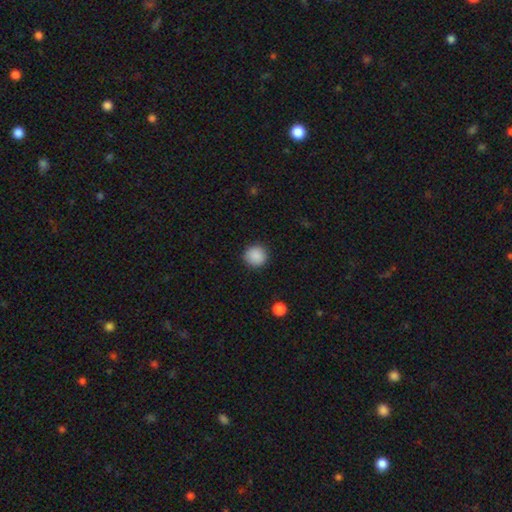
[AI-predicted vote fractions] smooth_or_featured: smooth (p=0.89) [alt: star or artifact p=0.08]
how_rounded: round (p=0.95) [alt: in between p=0.04]
merging: none (p=0.91) [alt: minor disturbance p=0.06]